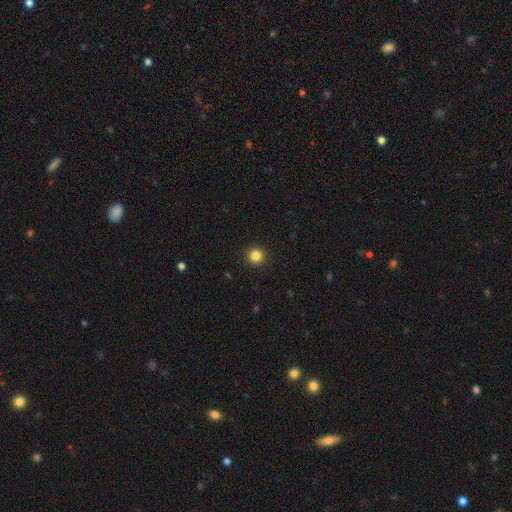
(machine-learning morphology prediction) A smooth galaxy with no disk features (85%) that is round (94%).

Vote fractions:
- Smooth or featured? smooth: 85% / star or artifact: 12% / featured or disk: 4%
- How rounded? round: 94% / in between: 5% / cigar-shaped: 1%
- Merging? none: 93% / minor disturbance: 4% / major disturbance: 2% / merger: 1%